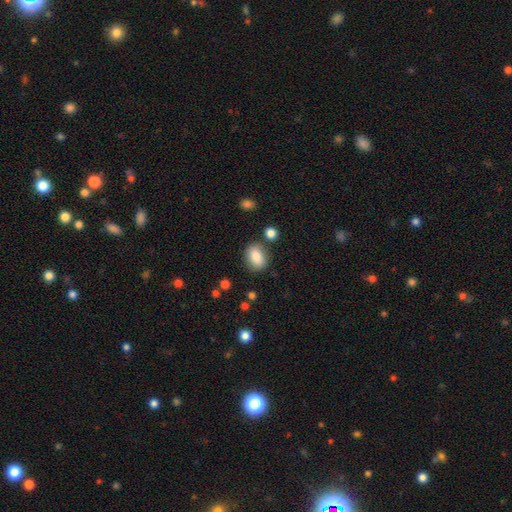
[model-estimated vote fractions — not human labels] Morphology: type=smooth (83%); roundness=in between (75%); merging=none (78%).